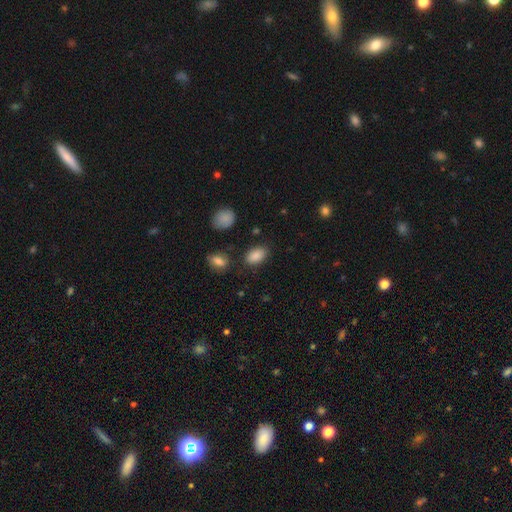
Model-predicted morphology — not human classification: smooth 87%, star or artifact 8%, featured or disk 4%. Down the decision tree: how rounded — in between (91%); merging — none (82%).